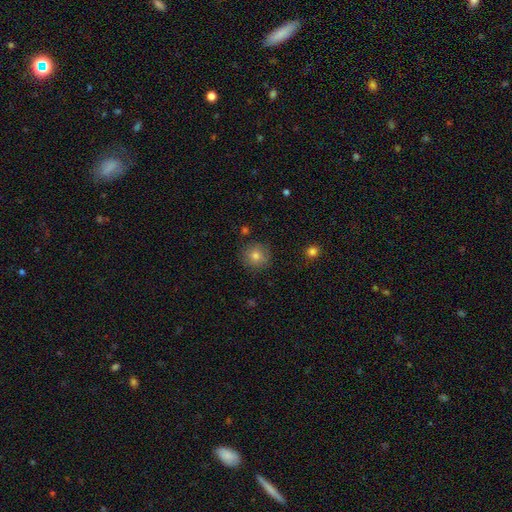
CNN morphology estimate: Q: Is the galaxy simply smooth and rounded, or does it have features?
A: smooth — 79%.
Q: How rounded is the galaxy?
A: round — 93%.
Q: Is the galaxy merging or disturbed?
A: none — 87%.